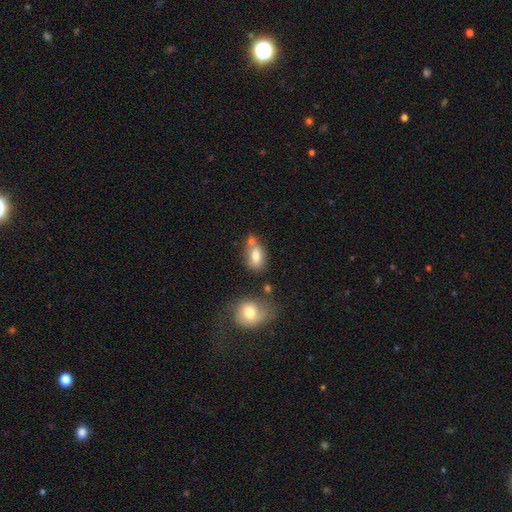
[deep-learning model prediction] smooth 74%, featured or disk 17%, star or artifact 9%. Down the decision tree: how rounded — in between (84%); merging — none (49%).